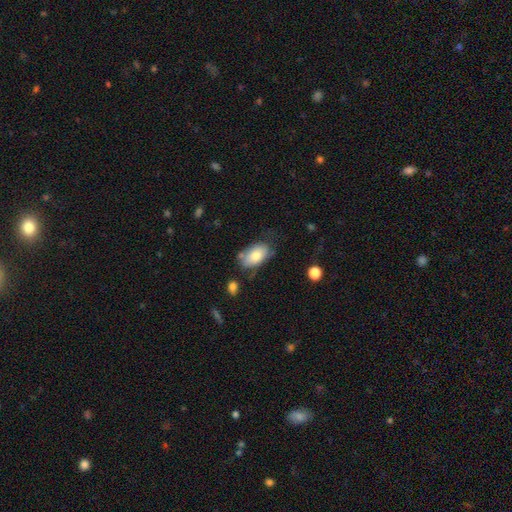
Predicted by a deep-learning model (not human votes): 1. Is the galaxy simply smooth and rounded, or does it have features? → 74% smooth, 19% featured or disk, 7% star or artifact.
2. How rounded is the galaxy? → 93% in between, 6% round, 2% cigar-shaped.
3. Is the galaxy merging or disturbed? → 57% none, 26% minor disturbance, 10% major disturbance, 7% merger.